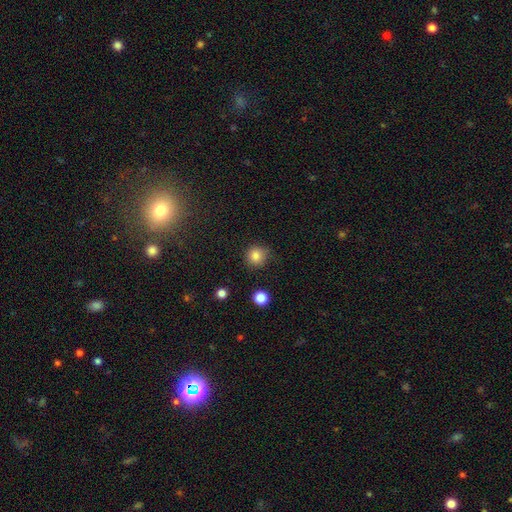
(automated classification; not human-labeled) smooth 83%, star or artifact 12%, featured or disk 5%. Down the decision tree: how rounded — round (93%); merging — none (84%).